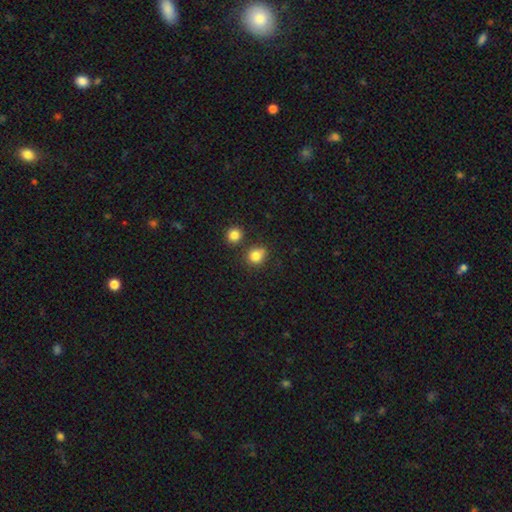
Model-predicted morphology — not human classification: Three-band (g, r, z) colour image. It shows a smooth galaxy with no disk features (82%) that is round (77%). Merging: none (66%).